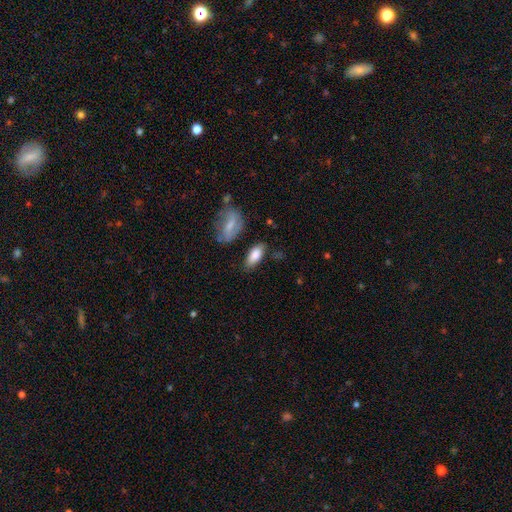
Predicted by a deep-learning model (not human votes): Overall: smooth (82%). How rounded: in between (84%). Merging: none (75%).